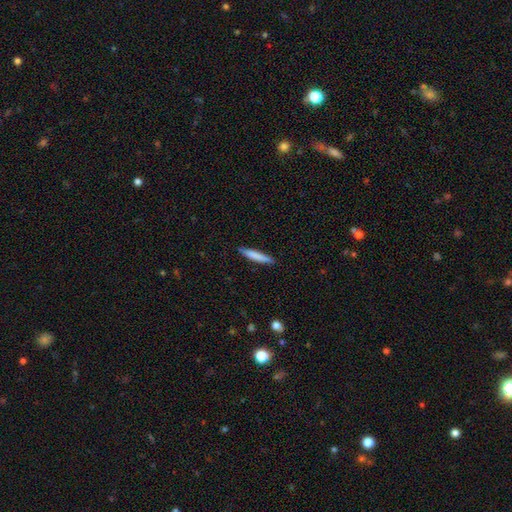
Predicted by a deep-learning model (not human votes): Overall: smooth (78%). How rounded: cigar-shaped (92%). Merging: none (88%).